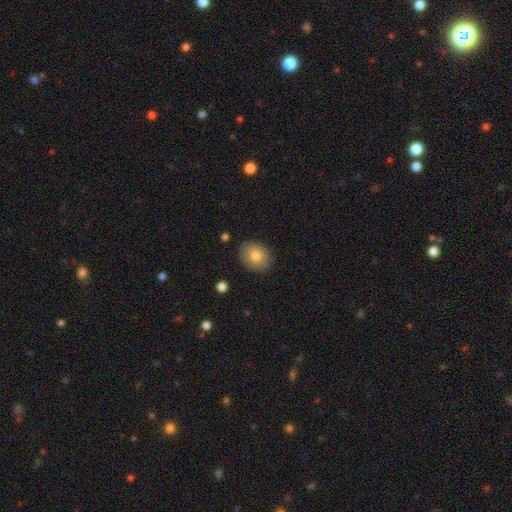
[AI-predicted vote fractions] This is likely a smooth galaxy (79%). How rounded: possibly in between (52%). Merging: clearly none (88%).